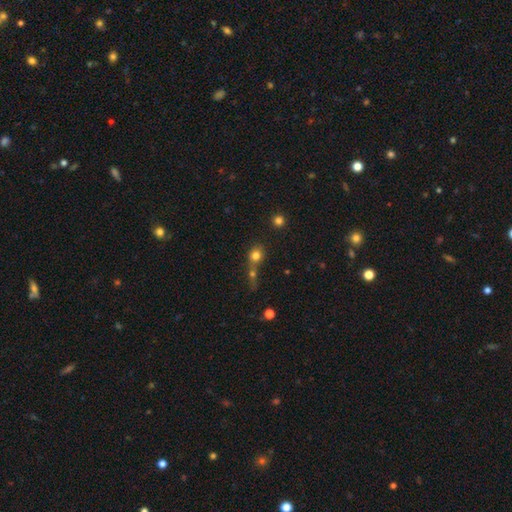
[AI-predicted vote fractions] Morphology: type=smooth (77%); roundness=round (81%); merging=merger (44%).